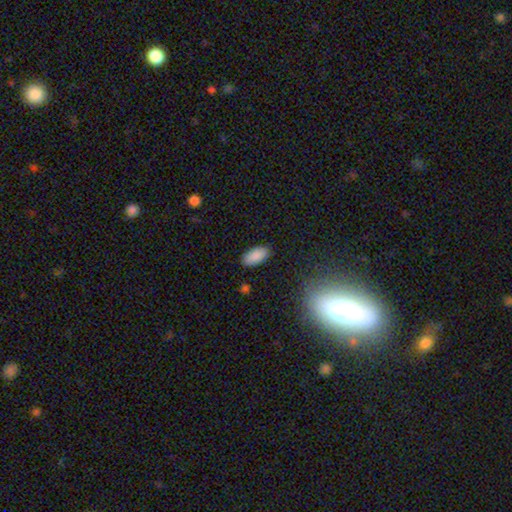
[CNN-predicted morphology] smooth-or-featured: smooth: 89% | star or artifact: 7% | featured or disk: 4%
  how-rounded: in between: 94% | cigar-shaped: 4% | round: 2%
  merging: none: 88% | minor disturbance: 9% | major disturbance: 2% | merger: 1%